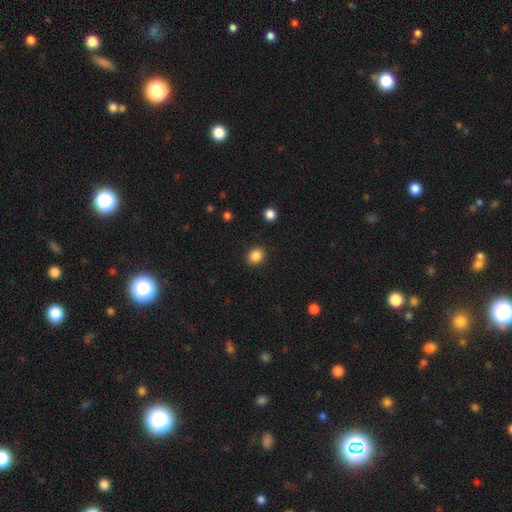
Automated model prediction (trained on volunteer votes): Smooth or featured?
  - smooth: 86% *
  - star or artifact: 10%
  - featured or disk: 4%
How rounded?
  - round: 73% *
  - in between: 26%
  - cigar-shaped: 1%
Merging?
  - none: 90% *
  - minor disturbance: 6%
  - major disturbance: 2%
  - merger: 1%